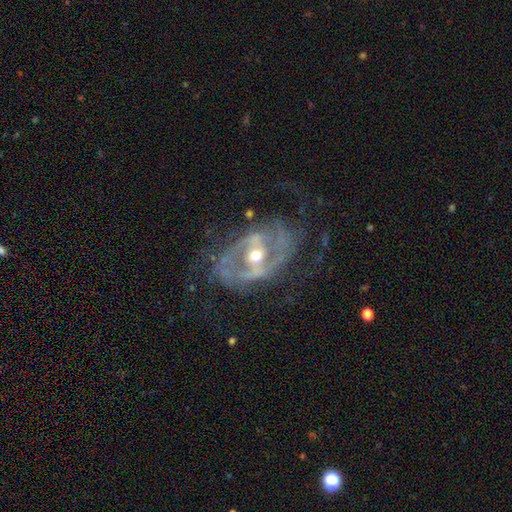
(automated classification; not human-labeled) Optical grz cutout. It shows a featured or disk galaxy (87%) with a strong bar (39%), 2 (67%) medium (45%) spiral arms (84%) and a moderate central bulge (73%). Merging: none (59%).